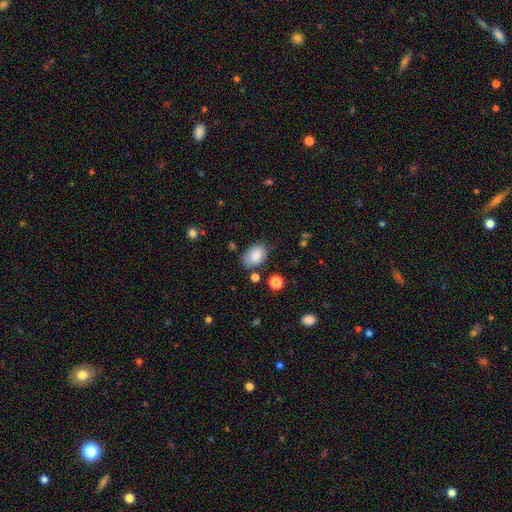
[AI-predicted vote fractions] This appears to be a smooth galaxy with no disk features (84%) that is in between round and cigar-shaped (84%). Merging: none (70%).